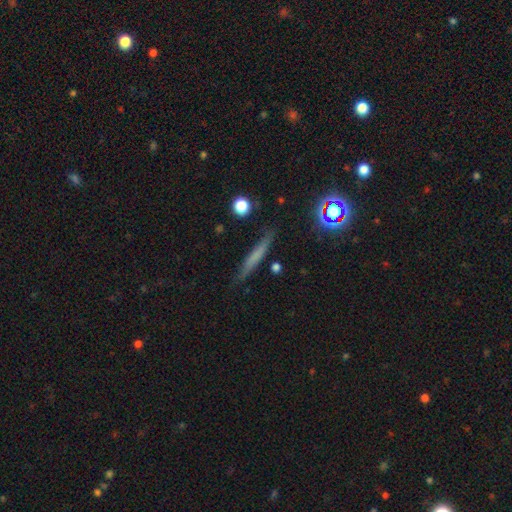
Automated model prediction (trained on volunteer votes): smooth-or-featured: smooth: 54% | featured or disk: 34% | star or artifact: 12%
  how-rounded: cigar-shaped: 91% | in between: 5% | round: 3%
  merging: none: 84% | minor disturbance: 12% | major disturbance: 3% | merger: 2%